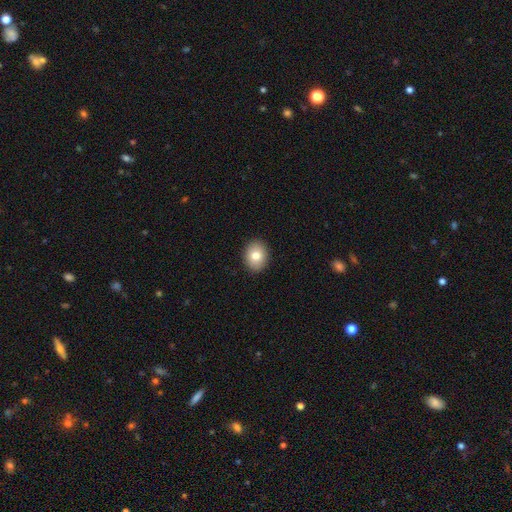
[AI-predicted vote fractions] The model was most divided on "how rounded": in between: 52%, round: 47%, cigar-shaped: 1%. More confident: merging — none (91%); smooth or featured — smooth (79%).